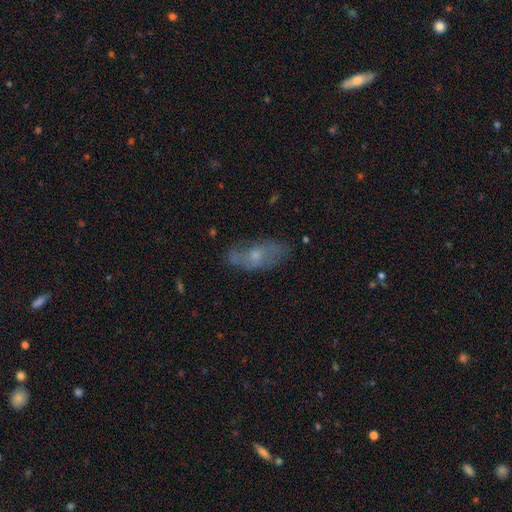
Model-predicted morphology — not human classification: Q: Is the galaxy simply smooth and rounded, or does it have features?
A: featured or disk — 50%.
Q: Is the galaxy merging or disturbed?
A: none — 63%.